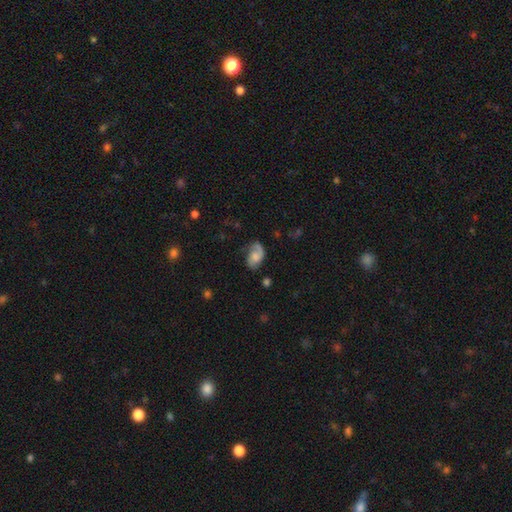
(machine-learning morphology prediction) Smooth or featured?
  - featured or disk: 58% *
  - smooth: 33%
  - star or artifact: 8%
Edge-on disk?
  - no: 97% *
  - yes: 3%
Bar?
  - no: 67% *
  - weak: 28%
  - strong: 5%
Spiral arms?
  - yes: 90% *
  - no: 10%
Spiral winding?
  - loose: 40% * (tied)
  - medium: 40% * (tied)
  - tight: 20%
Spiral arm count?
  - 2: 61% *
  - 1: 29%
  - can't tell: 7%
  - 3: 1%
  - 4: 1%
  - more than 4: 1%
Bulge size?
  - moderate: 29% *
  - none: 28%
  - small: 25%
  - large: 16%
  - dominant: 3%
Merging?
  - none: 55% *
  - minor disturbance: 26%
  - major disturbance: 17%
  - merger: 3%